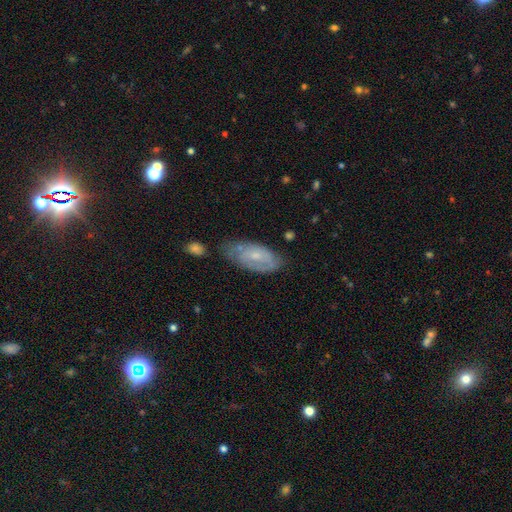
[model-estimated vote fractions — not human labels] Smooth or featured?
  - featured or disk: 52% *
  - smooth: 41%
  - star or artifact: 7%
Edge-on disk?
  - no: 90% *
  - yes: 10%
Merging?
  - none: 56% *
  - minor disturbance: 31%
  - major disturbance: 9%
  - merger: 4%